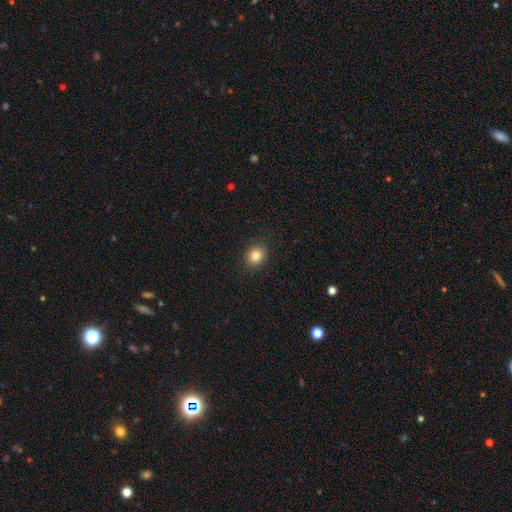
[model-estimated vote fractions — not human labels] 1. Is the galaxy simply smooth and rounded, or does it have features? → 85% smooth, 10% star or artifact, 6% featured or disk.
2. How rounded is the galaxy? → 65% round, 34% in between, 1% cigar-shaped.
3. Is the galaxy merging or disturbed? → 90% none, 7% minor disturbance, 2% major disturbance, 1% merger.